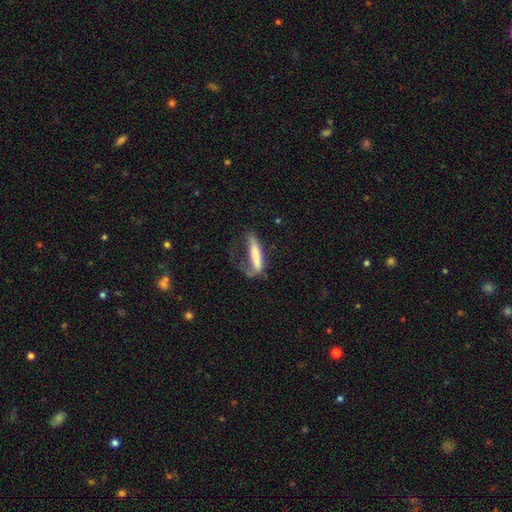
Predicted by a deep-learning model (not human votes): smooth_or_featured: smooth (p=0.62) [alt: featured or disk p=0.31]
how_rounded: cigar-shaped (p=0.82) [alt: in between p=0.16]
merging: major disturbance (p=0.43) [alt: none p=0.30]